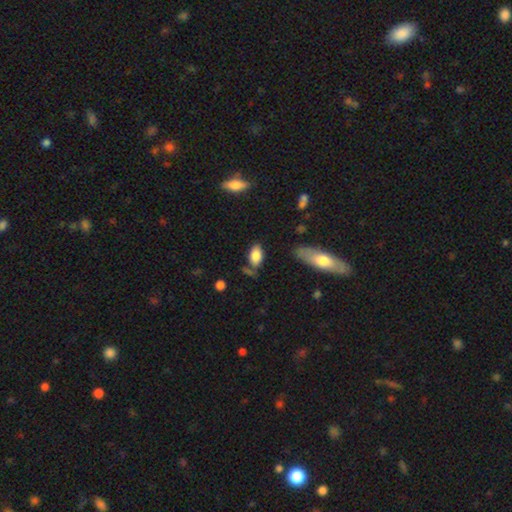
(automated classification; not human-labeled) Smooth or featured?
  - smooth: 83% *
  - featured or disk: 10%
  - star or artifact: 7%
How rounded?
  - in between: 91% *
  - round: 5%
  - cigar-shaped: 4%
Merging?
  - none: 66% *
  - minor disturbance: 20%
  - merger: 8%
  - major disturbance: 6%